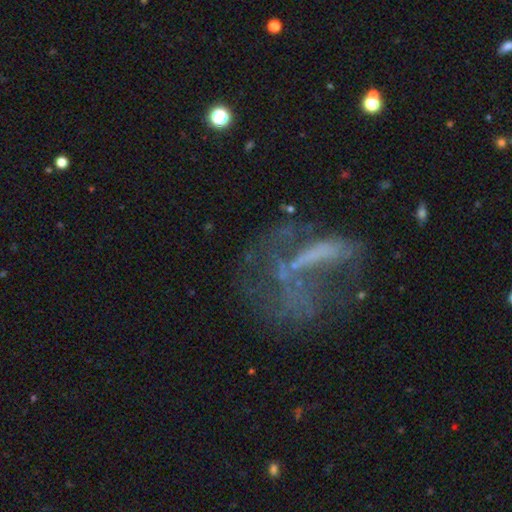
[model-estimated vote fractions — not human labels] Overall: featured or disk (56%; star or artifact 23%). Edge-on disk: no (91%). Bar: no (59%; strong 21%). Spiral arms: no (71%). Bulge size: none (75%). Merging: major disturbance (47%; none 31%).